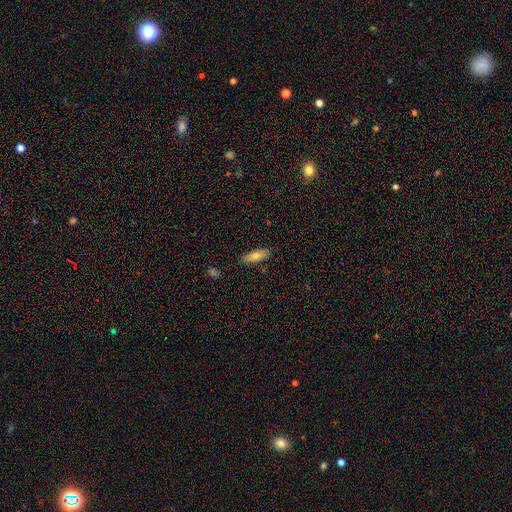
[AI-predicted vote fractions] Smooth or featured?
  - smooth: 69% *
  - featured or disk: 24%
  - star or artifact: 7%
How rounded?
  - in between: 63% *
  - cigar-shaped: 34%
  - round: 2%
Merging?
  - none: 86% *
  - minor disturbance: 11%
  - major disturbance: 2%
  - merger: 2%